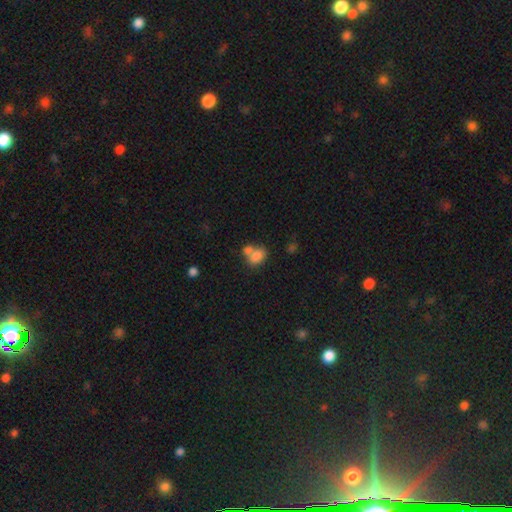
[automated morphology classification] This is likely a smooth galaxy (79%). How rounded: clearly in between (80%). Merging: possibly merger (53%).